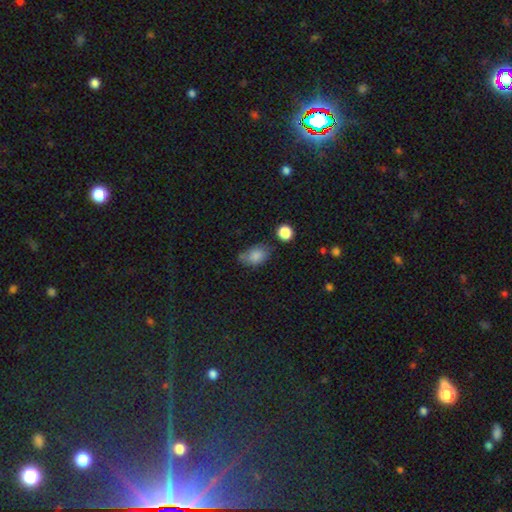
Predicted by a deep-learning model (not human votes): The model was most divided on "merging": none: 55%, minor disturbance: 30%, major disturbance: 8%, merger: 8%. More confident: how rounded — in between (82%); smooth or featured — smooth (82%).